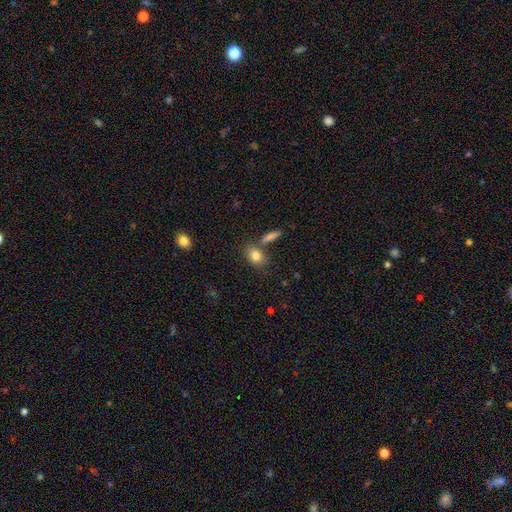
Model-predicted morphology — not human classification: smooth_or_featured: smooth (p=0.81) [alt: featured or disk p=0.10]
how_rounded: in between (p=0.73) [alt: round p=0.24]
merging: none (p=0.66) [alt: merger p=0.19]